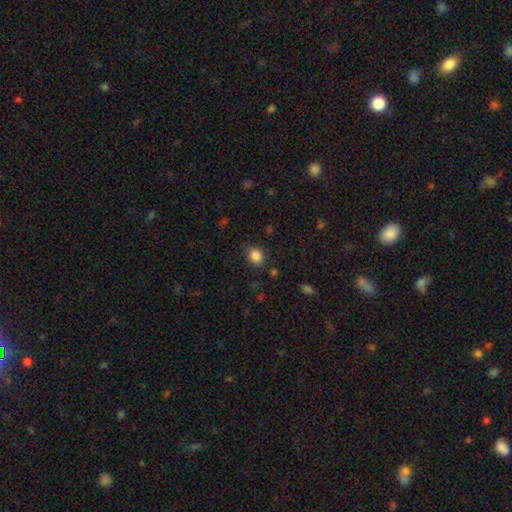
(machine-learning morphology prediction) The model was most divided on "how rounded": in between: 53%, round: 46%, cigar-shaped: 1%. More confident: smooth or featured — smooth (86%); merging — none (81%).